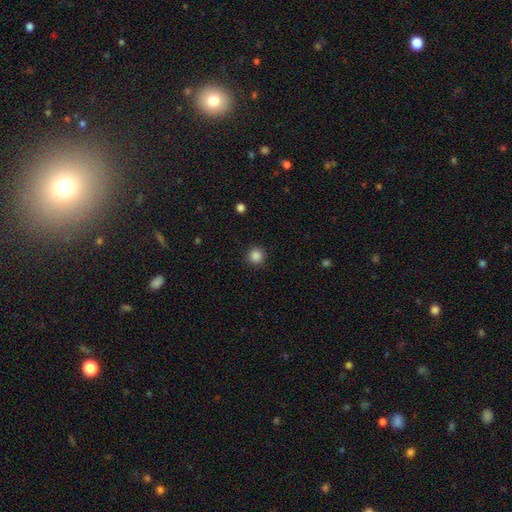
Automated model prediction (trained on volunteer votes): Overall: smooth (86%). How rounded: round (95%). Merging: none (91%).